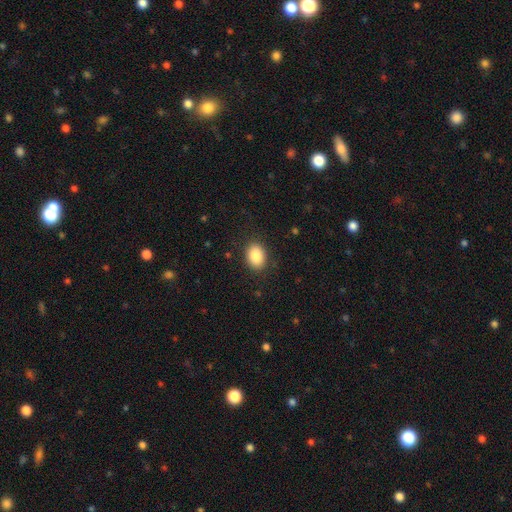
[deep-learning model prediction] smooth-or-featured: smooth: 87% | star or artifact: 8% | featured or disk: 5%
  how-rounded: in between: 73% | round: 26% | cigar-shaped: 1%
  merging: none: 87% | minor disturbance: 9% | major disturbance: 3% | merger: 1%